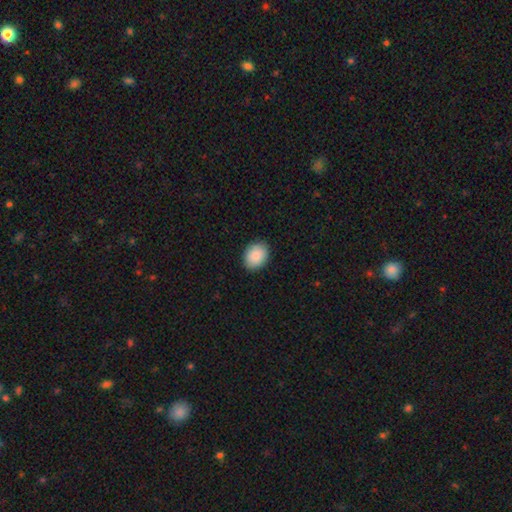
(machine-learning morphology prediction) A smooth galaxy with no disk features (89%) that is in between round and cigar-shaped (54%). Merging: none (89%).